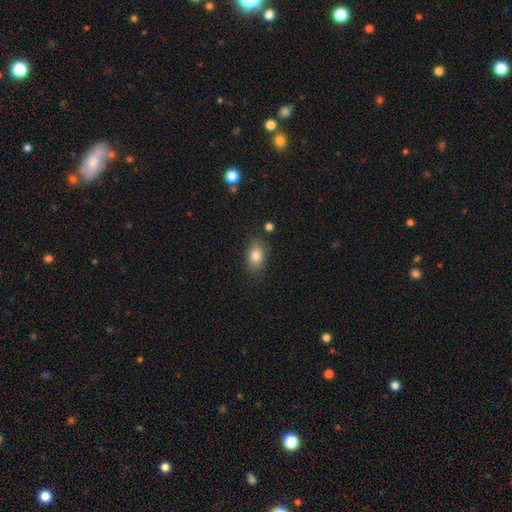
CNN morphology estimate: Smooth or featured? Predicted: smooth (p=0.81). How rounded? Predicted: in between (p=0.83). Merging? Predicted: none (p=0.83).